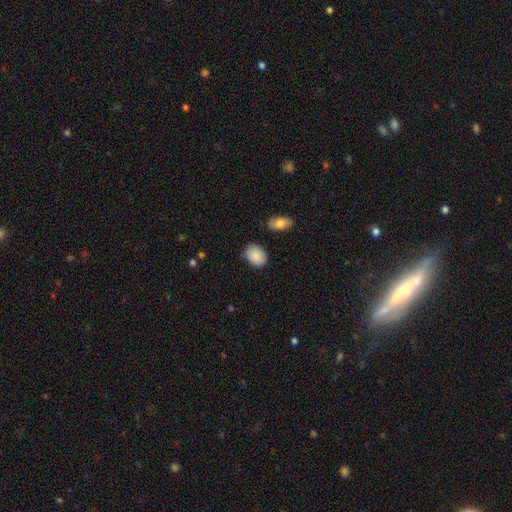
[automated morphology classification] smooth 88%, star or artifact 7%, featured or disk 5%. Down the decision tree: how rounded — in between (75%); merging — none (81%).